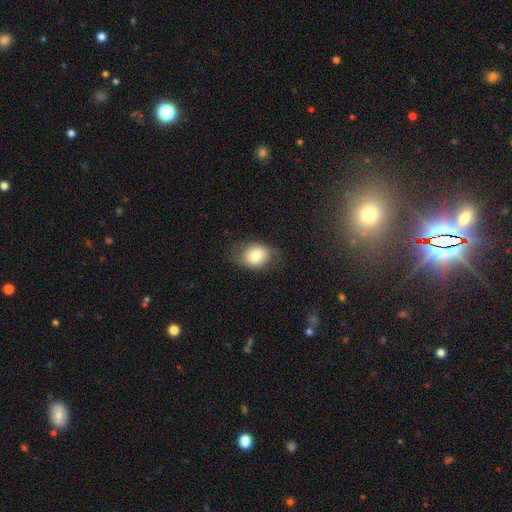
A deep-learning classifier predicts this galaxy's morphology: This is likely a smooth galaxy (77%). How rounded: likely in between (60%). Merging: likely none (73%).